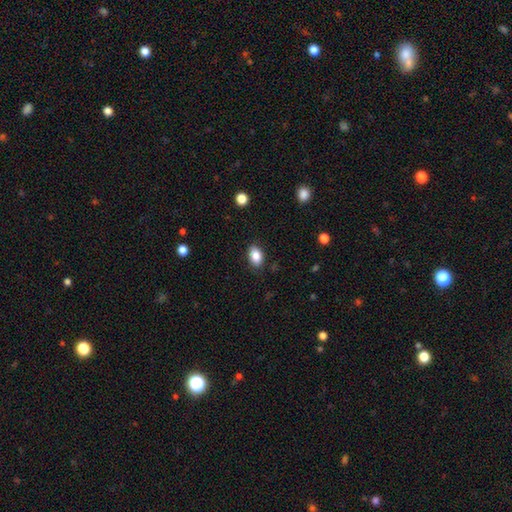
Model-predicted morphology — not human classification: This appears to be a smooth galaxy with no disk features (85%) that is in between round and cigar-shaped (86%). Merging: none (86%).